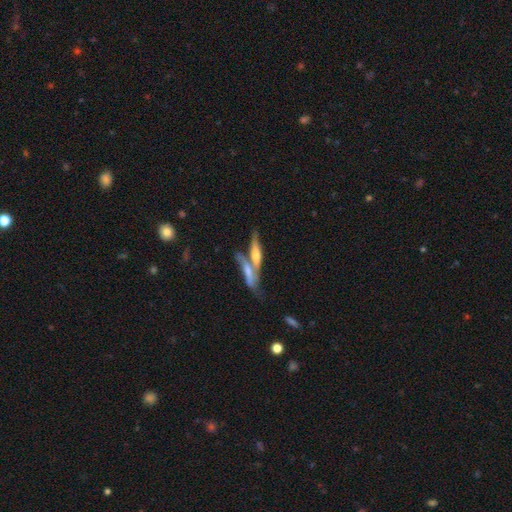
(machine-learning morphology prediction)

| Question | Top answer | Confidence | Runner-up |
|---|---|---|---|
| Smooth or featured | featured or disk | 56% | smooth (36%) |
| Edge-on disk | yes | 81% | no (19%) |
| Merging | merger | 50% | none (35%) |